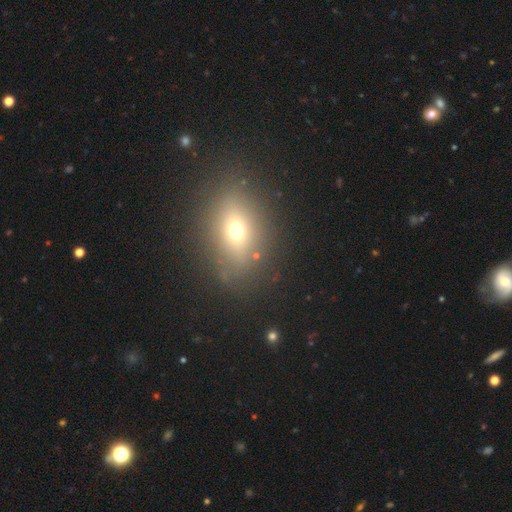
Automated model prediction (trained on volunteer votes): A smooth galaxy with no disk features (61%) that is in between round and cigar-shaped (61%). Merging: none (81%).